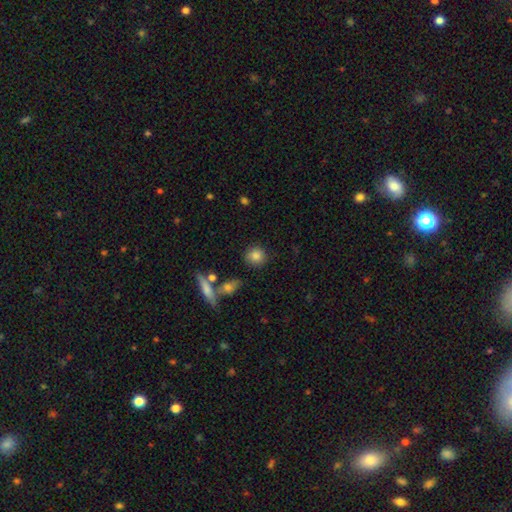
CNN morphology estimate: type=smooth (83%); roundness=round (88%); merging=none (84%).